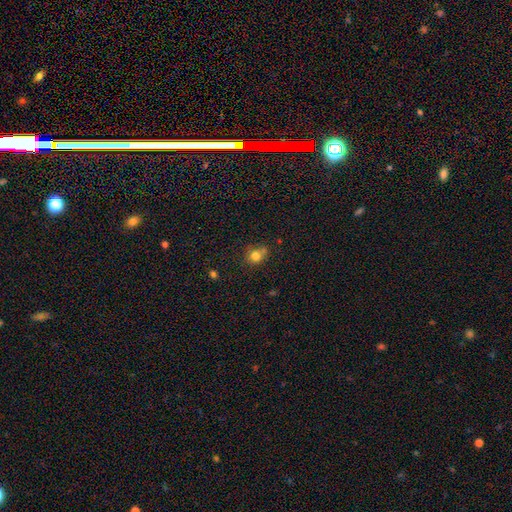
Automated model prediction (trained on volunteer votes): smooth-or-featured: smooth: 79% | star or artifact: 12% | featured or disk: 9%
  how-rounded: round: 78% | in between: 21% | cigar-shaped: 1%
  merging: none: 56% | merger: 21% | minor disturbance: 17% | major disturbance: 5%